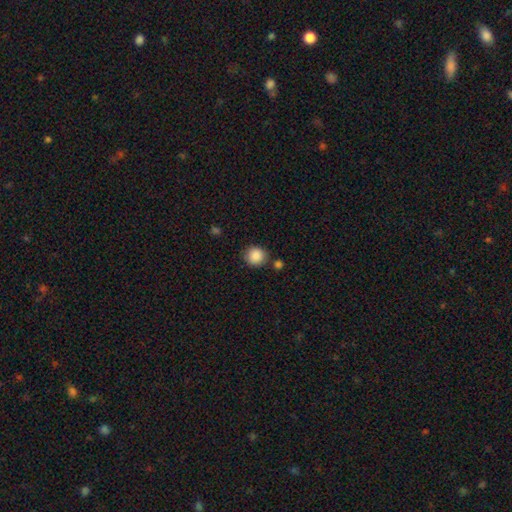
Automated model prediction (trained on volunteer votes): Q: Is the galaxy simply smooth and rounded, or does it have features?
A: smooth — 88%.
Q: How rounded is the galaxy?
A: round — 88%.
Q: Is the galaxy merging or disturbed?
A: none — 79%.